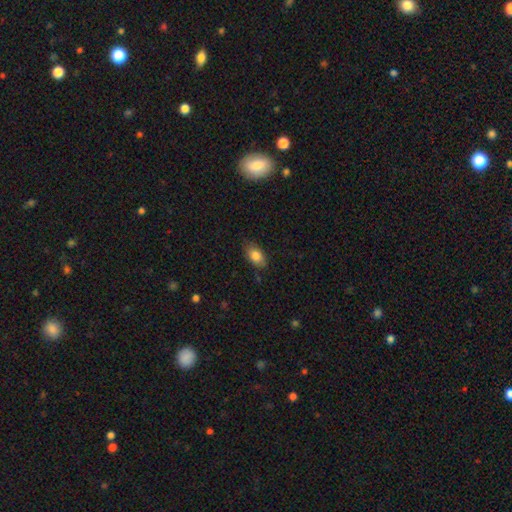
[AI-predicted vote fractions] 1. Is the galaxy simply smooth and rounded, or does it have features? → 83% smooth, 9% featured or disk, 8% star or artifact.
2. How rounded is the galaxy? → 88% in between, 9% round, 2% cigar-shaped.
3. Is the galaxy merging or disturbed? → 80% none, 16% minor disturbance, 3% major disturbance, 1% merger.